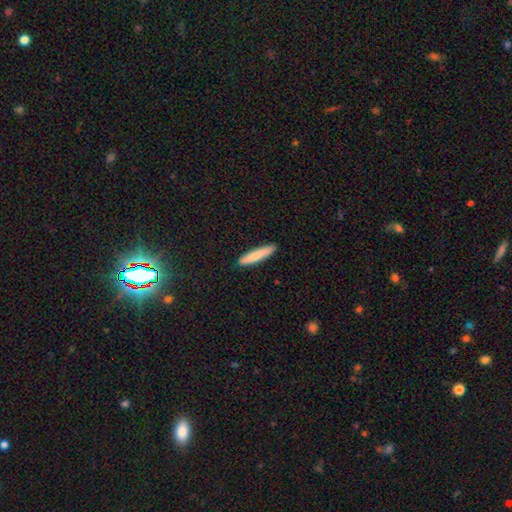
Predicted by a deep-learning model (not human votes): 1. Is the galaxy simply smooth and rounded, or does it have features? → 79% smooth, 15% featured or disk, 6% star or artifact.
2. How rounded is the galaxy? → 91% cigar-shaped, 8% in between, 1% round.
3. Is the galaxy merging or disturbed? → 91% none, 7% minor disturbance, 1% major disturbance, 1% merger.